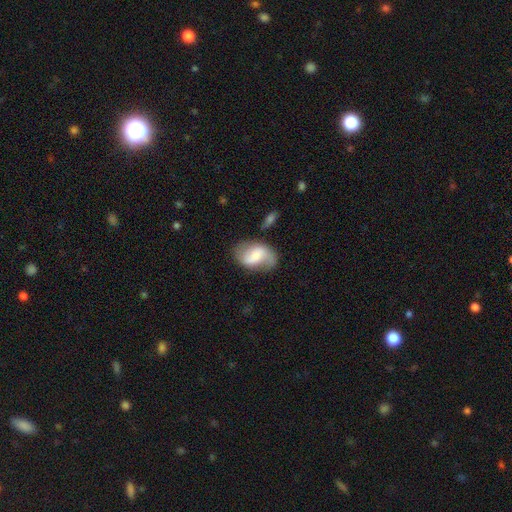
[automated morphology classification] A featured or disk galaxy (57%) with a weak bar (45%), spiral arms (88%) and a small central bulge (40%).

Vote fractions:
- Smooth or featured? featured or disk: 57% / smooth: 36% / star or artifact: 7%
- Edge-on disk? no: 97% / yes: 3%
- Bar? weak: 45% / no: 36% / strong: 19%
- Spiral arms? yes: 88% / no: 12%
- Bulge size? small: 40% / moderate: 36% / none: 11% / large: 10% / dominant: 3%
- Merging? none: 60% / minor disturbance: 24% / major disturbance: 11% / merger: 5%